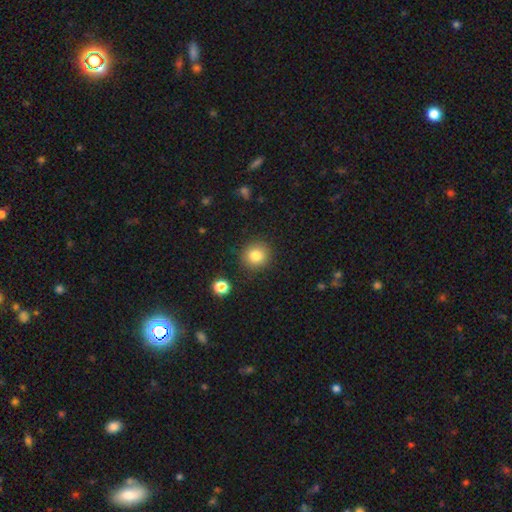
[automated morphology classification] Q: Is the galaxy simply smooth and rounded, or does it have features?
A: smooth — 82%.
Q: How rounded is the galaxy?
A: round — 91%.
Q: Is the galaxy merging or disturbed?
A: none — 89%.